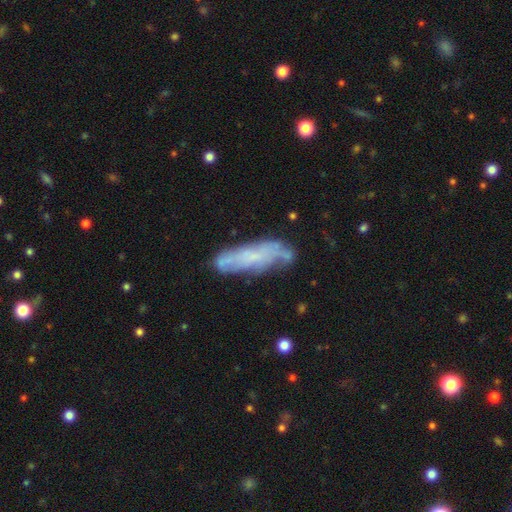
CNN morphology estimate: smooth-or-featured: featured or disk: 46% | smooth: 44% | star or artifact: 10%
  merging: none: 67% | minor disturbance: 21% | major disturbance: 7% | merger: 4%